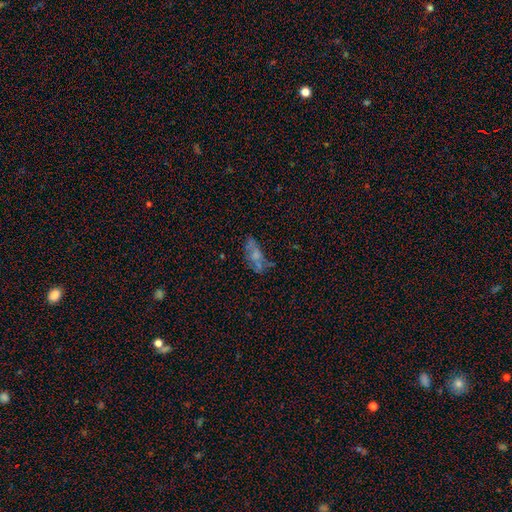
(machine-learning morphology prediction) A smooth galaxy with no disk features (47%).

Vote fractions:
- Smooth or featured? smooth: 47% / featured or disk: 37% / star or artifact: 16%
- Merging? none: 48% / minor disturbance: 22% / major disturbance: 17% / merger: 13%